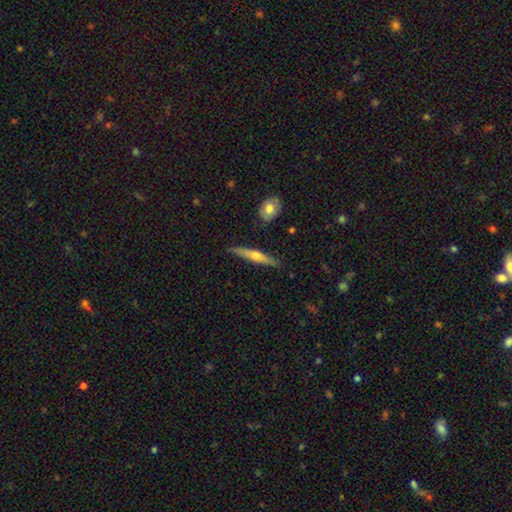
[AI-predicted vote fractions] Smooth or featured? featured or disk (61%)
Edge-on disk? yes (96%)
Edge-on bulge? rounded (87%)
Merging? none (87%)